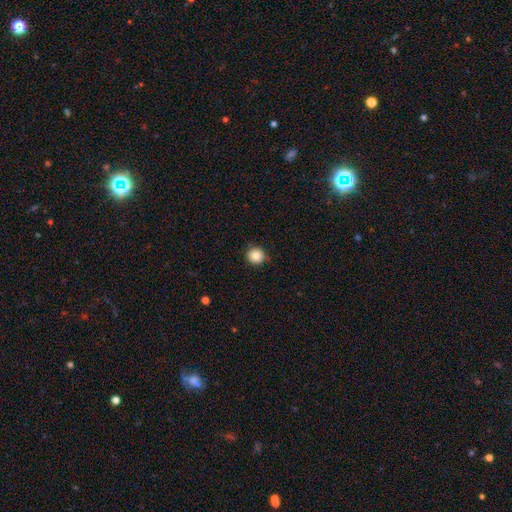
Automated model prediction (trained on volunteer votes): This appears to be a smooth galaxy with no disk features (82%) that is round (92%). Merging: none (88%).